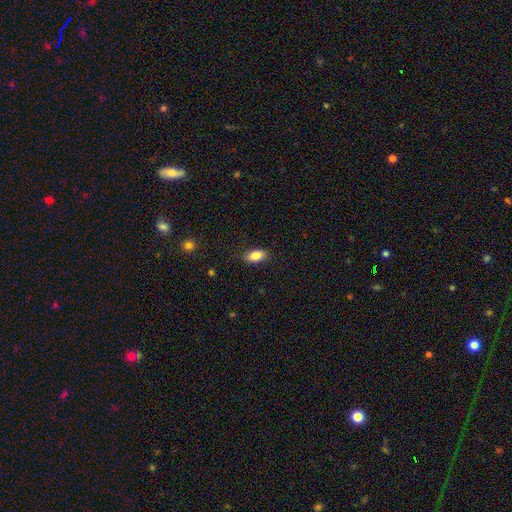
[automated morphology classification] Overall: smooth (84%). How rounded: in between (90%). Merging: none (86%).